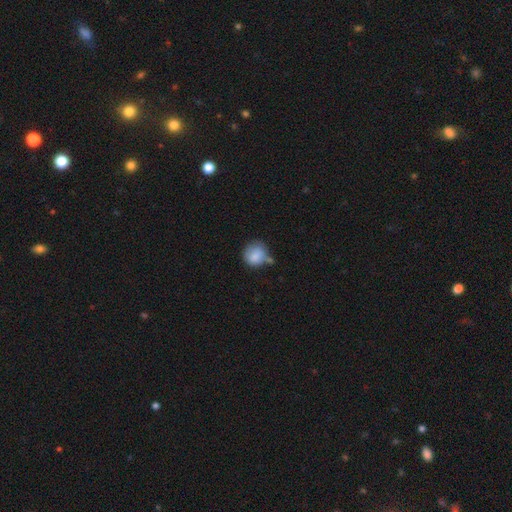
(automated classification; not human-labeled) Overall: smooth (81%). How rounded: round (79%). Merging: none (47%; minor disturbance 29%).